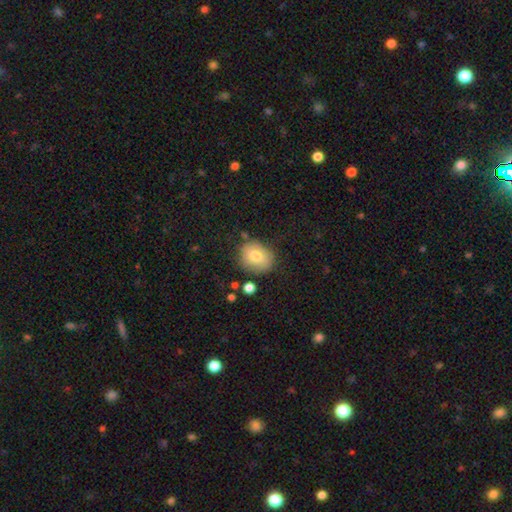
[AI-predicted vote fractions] Smooth or featured? smooth (77%)
How rounded? round (62%)
Merging? none (73%)